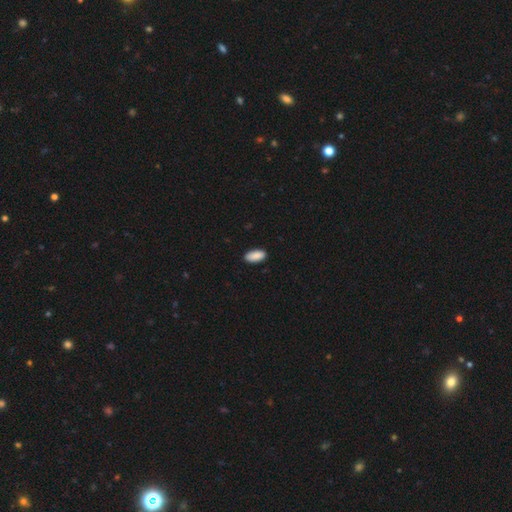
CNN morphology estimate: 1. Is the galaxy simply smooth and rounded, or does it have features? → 90% smooth, 6% star or artifact, 4% featured or disk.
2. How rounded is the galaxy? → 90% in between, 9% cigar-shaped, 2% round.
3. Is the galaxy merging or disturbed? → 88% none, 9% minor disturbance, 2% major disturbance, 1% merger.